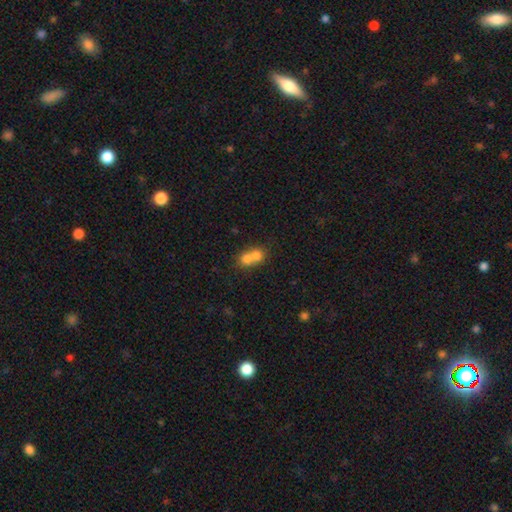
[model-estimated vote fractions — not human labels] smooth_or_featured: smooth (p=0.73) [alt: featured or disk p=0.16]
how_rounded: round (p=0.74) [alt: in between p=0.25]
merging: merger (p=0.72) [alt: none p=0.22]